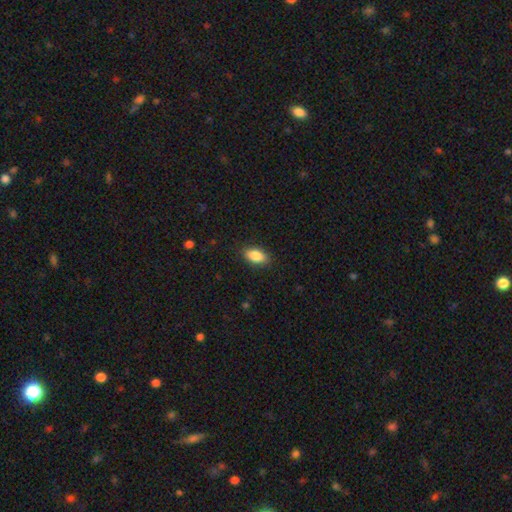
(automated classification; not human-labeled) This is clearly a smooth galaxy (86%). How rounded: clearly in between (91%). Merging: clearly none (88%).